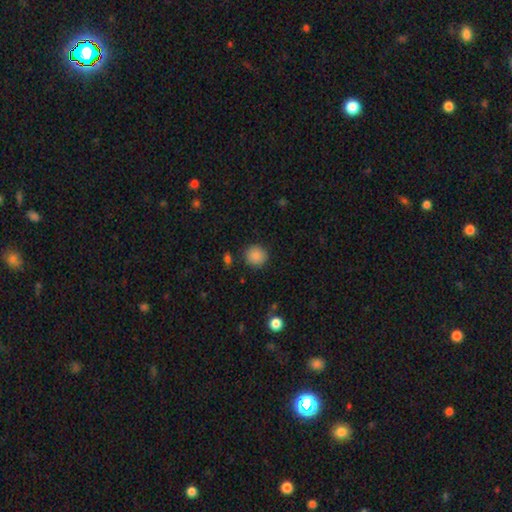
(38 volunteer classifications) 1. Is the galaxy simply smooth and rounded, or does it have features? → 89% smooth, 8% star or artifact, 3% featured or disk.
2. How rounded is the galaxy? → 91% round, 9% in between, 0% cigar-shaped.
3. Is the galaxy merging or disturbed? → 86% none, 9% minor disturbance, 3% major disturbance, 3% merger.